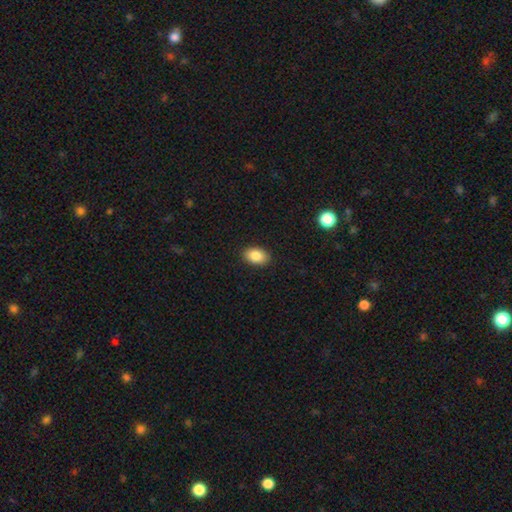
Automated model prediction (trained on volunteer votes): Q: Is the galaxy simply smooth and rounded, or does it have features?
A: smooth — 87%.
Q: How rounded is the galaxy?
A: in between — 89%.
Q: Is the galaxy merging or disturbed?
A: none — 89%.